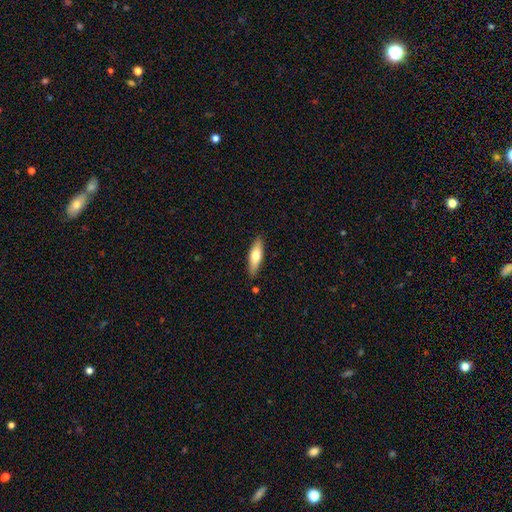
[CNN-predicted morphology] The model was most divided on "how rounded": cigar-shaped: 56%, in between: 42%, round: 2%. More confident: merging — none (87%); smooth or featured — smooth (62%).